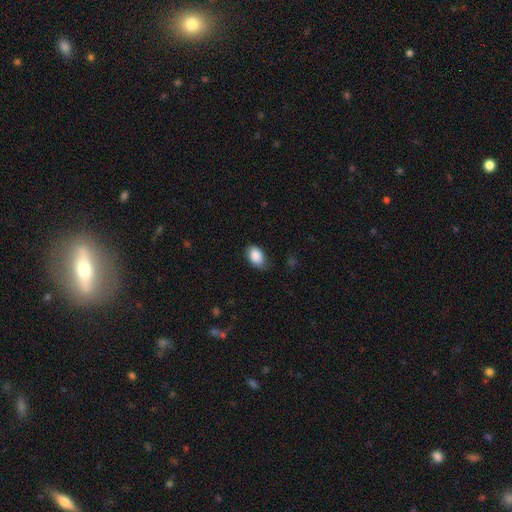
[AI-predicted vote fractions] This is clearly a smooth galaxy (88%). How rounded: clearly in between (89%). Merging: likely none (72%).